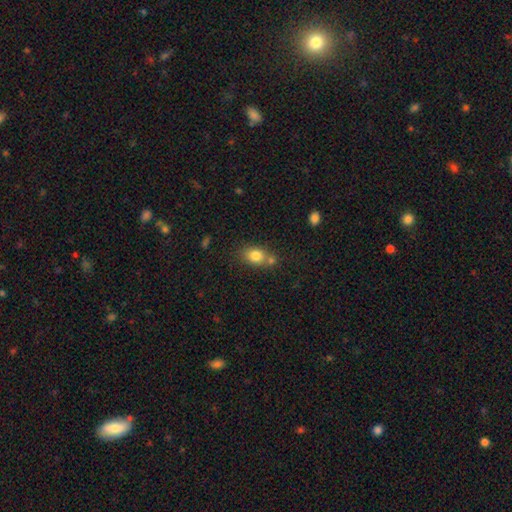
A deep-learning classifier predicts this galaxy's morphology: A smooth galaxy with no disk features (80%) that is in between round and cigar-shaped (63%). Merging: none (57%).